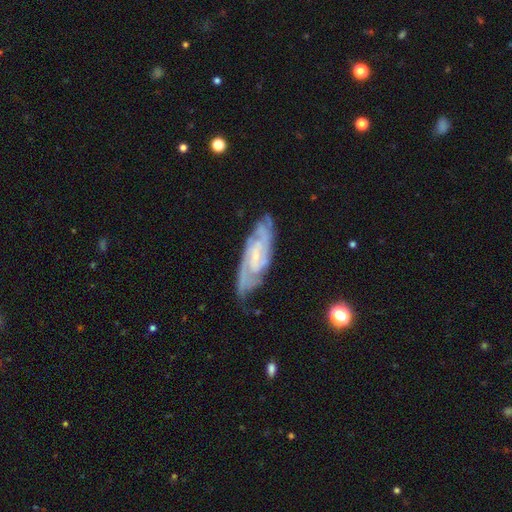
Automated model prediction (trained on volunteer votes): smooth_or_featured: featured or disk (p=0.86) [alt: smooth p=0.08]
disk_edge_on: no (p=0.90) [alt: yes p=0.10]
bar: weak (p=0.44) [alt: no p=0.37]
has_spiral_arms: yes (p=0.97) [alt: no p=0.03]
spiral_winding: tight (p=0.57) [alt: medium p=0.36]
spiral_arm_count: 2 (p=0.44) [alt: can't tell p=0.21]
bulge_size: small (p=0.70) [alt: moderate p=0.14]
merging: none (p=0.74) [alt: minor disturbance p=0.19]